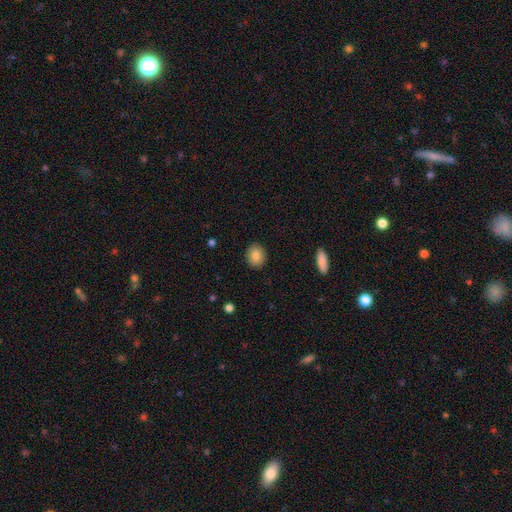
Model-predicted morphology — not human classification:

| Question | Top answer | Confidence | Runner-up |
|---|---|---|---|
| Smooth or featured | smooth | 84% | featured or disk (8%) |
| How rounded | round | 55% | in between (44%) |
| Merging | none | 90% | minor disturbance (7%) |